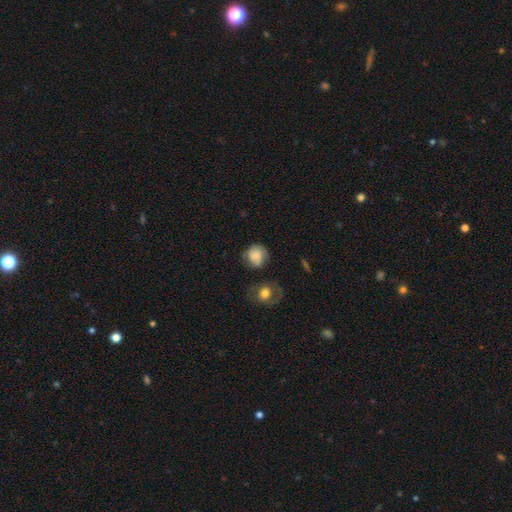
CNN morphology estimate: Smooth or featured: smooth — 76% (featured or disk — 16%)
How rounded: round — 82% (in between — 17%)
Merging: none — 62% (minor disturbance — 23%)